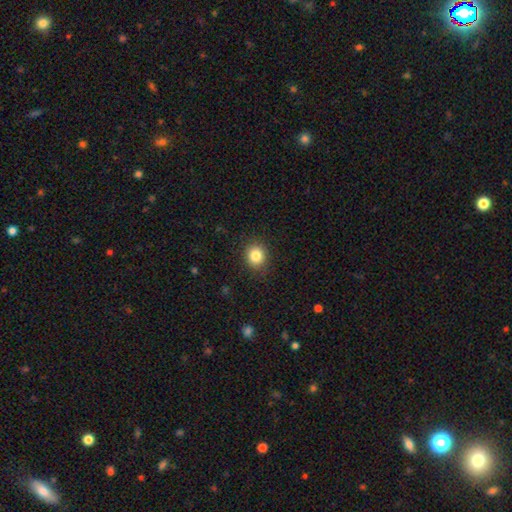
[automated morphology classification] smooth 83%, star or artifact 10%, featured or disk 6%. Down the decision tree: how rounded — round (77%); merging — none (88%).